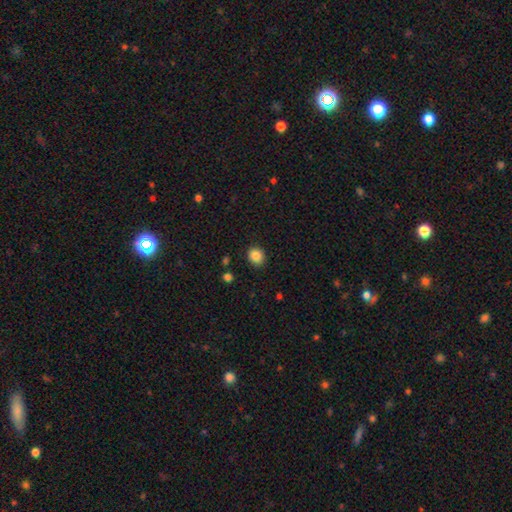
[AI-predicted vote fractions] Morphology: type=smooth (86%); roundness=round (73%); merging=none (88%).